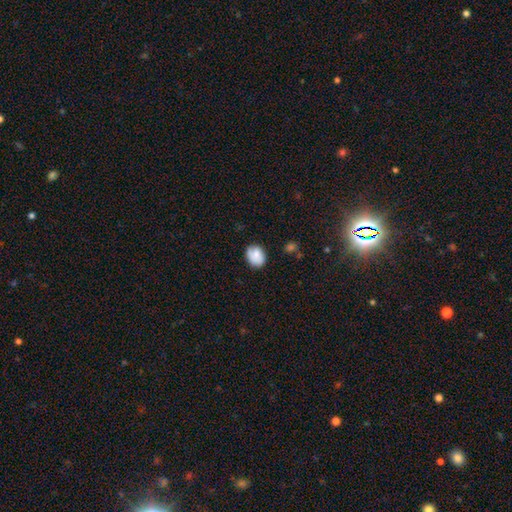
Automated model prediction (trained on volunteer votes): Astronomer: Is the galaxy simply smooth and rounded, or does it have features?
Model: smooth — 76%.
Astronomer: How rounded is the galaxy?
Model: in between — 57% (runner-up: round, 42%).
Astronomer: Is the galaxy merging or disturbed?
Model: none — 71%.